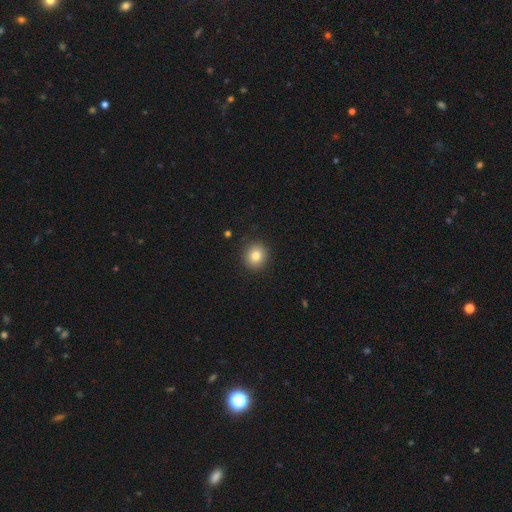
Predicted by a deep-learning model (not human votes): Smooth or featured? smooth (82%)
How rounded? round (89%)
Merging? none (90%)